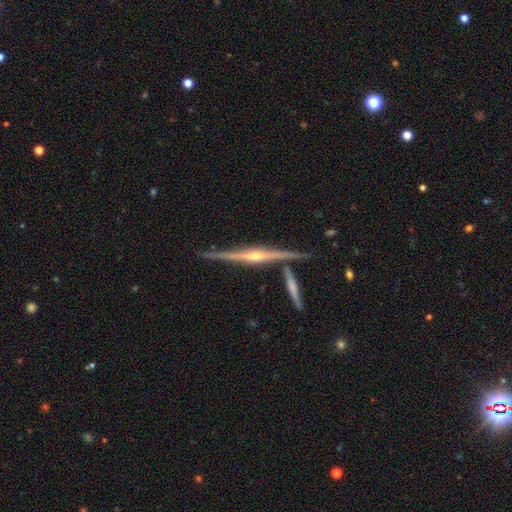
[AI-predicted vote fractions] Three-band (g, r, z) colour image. It shows a featured or disk galaxy (89%) viewed edge-on (98%) with a rounded central bulge (88%). Merging: none (81%).